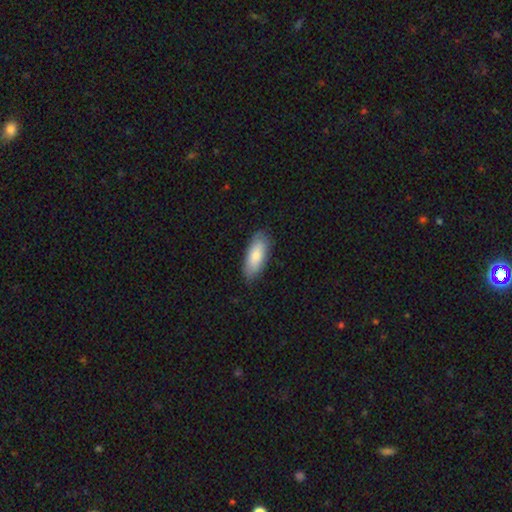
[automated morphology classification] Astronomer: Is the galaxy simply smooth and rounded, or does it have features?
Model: smooth — 80%.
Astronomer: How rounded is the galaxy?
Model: in between — 83%.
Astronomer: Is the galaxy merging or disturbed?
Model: none — 82%.